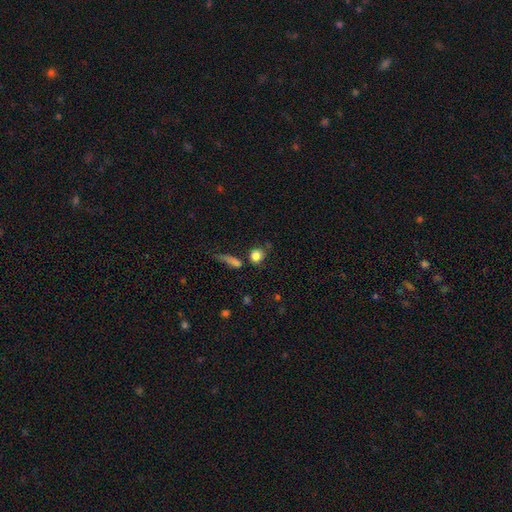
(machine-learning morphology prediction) smooth-or-featured: smooth: 82% | star or artifact: 10% | featured or disk: 8%
  how-rounded: round: 76% | in between: 20% | cigar-shaped: 4%
  merging: none: 59% | minor disturbance: 16% | merger: 14% | major disturbance: 10%